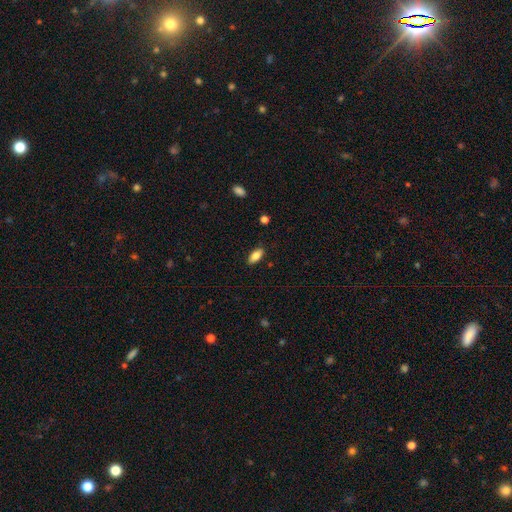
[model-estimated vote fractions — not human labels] Smooth or featured?
  - smooth: 82% *
  - featured or disk: 10%
  - star or artifact: 7%
How rounded?
  - in between: 86% *
  - cigar-shaped: 11%
  - round: 2%
Merging?
  - none: 86% *
  - minor disturbance: 10%
  - major disturbance: 2%
  - merger: 1%